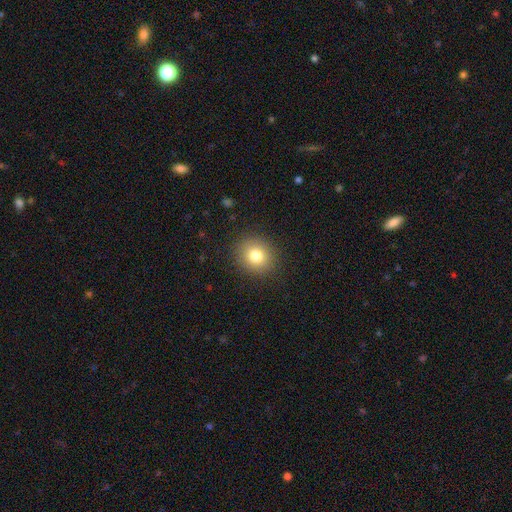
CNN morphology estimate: The model was most divided on "how rounded": round: 80%, in between: 19%, cigar-shaped: 1%. More confident: merging — none (89%); smooth or featured — smooth (80%).